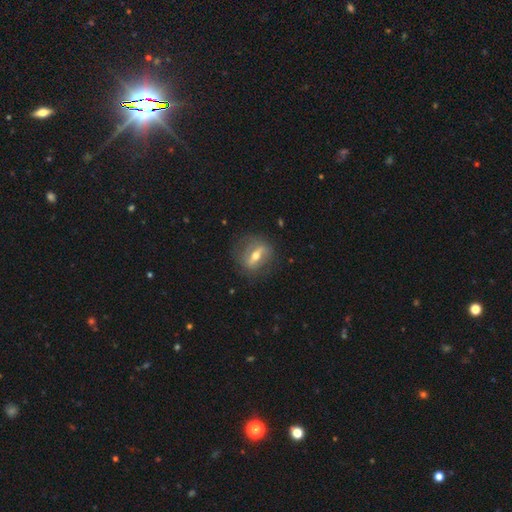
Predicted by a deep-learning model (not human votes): Smooth or featured: featured or disk — 67% (smooth — 25%)
Edge-on disk: no — 67% (yes — 33%)
Merging: none — 75% (minor disturbance — 16%)